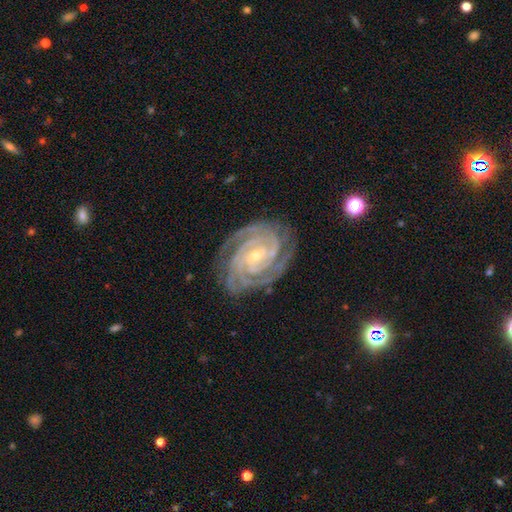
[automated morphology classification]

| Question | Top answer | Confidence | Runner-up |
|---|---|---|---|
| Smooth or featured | featured or disk | 92% | star or artifact (5%) |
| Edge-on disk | no | 98% | yes (2%) |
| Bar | no | 43% | weak (36%) |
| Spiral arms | yes | 99% | no (1%) |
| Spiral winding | tight | 82% | medium (16%) |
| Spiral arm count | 4 | 31% | 3 (26%) |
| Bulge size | small | 76% | moderate (22%) |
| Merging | none | 81% | minor disturbance (14%) |